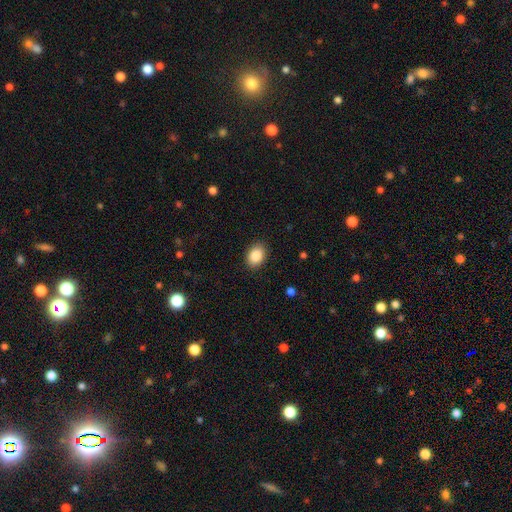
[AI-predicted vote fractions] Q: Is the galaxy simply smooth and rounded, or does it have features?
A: smooth — 88%.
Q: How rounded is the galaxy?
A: in between — 71%.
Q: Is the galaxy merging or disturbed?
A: none — 88%.